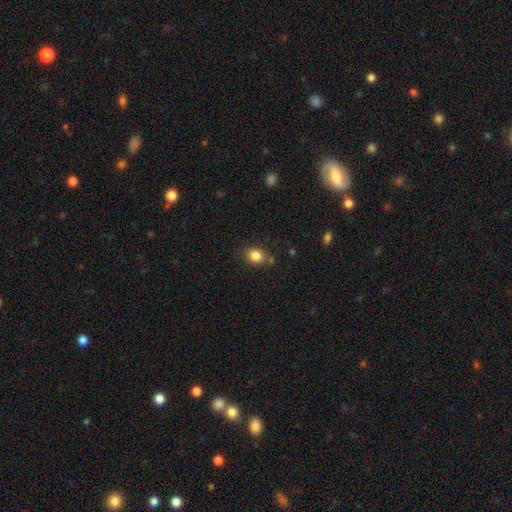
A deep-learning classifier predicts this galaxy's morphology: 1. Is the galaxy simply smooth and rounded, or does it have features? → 84% smooth, 10% star or artifact, 6% featured or disk.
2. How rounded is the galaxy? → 52% round, 47% in between, 1% cigar-shaped.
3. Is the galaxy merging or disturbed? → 76% none, 15% minor disturbance, 5% merger, 4% major disturbance.